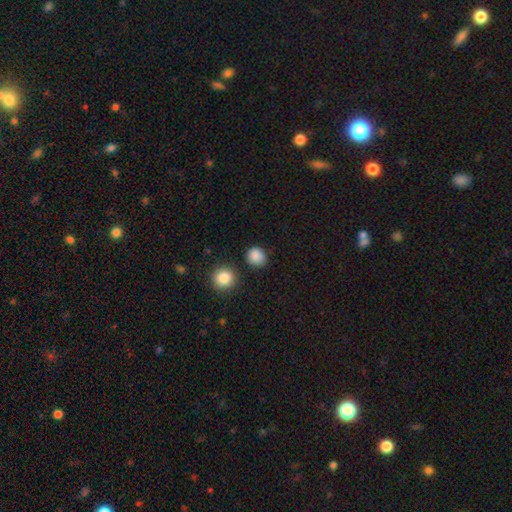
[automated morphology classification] The model was most divided on "how rounded": round: 84%, in between: 15%, cigar-shaped: 1%. More confident: smooth or featured — smooth (87%); merging — none (83%).